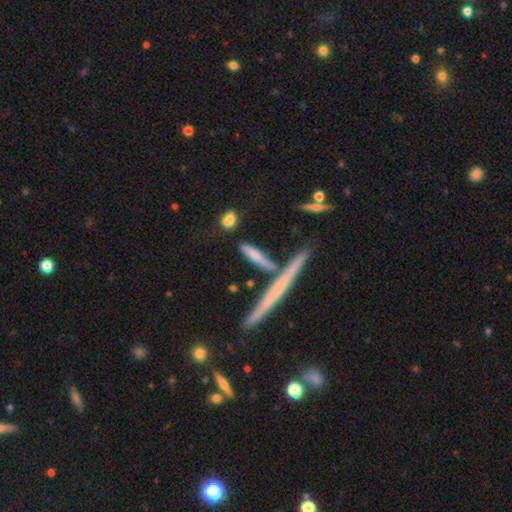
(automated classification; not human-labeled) Smooth or featured: smooth — 58% (featured or disk — 31%)
How rounded: cigar-shaped — 79% (in between — 17%)
Merging: none — 66% (minor disturbance — 15%)